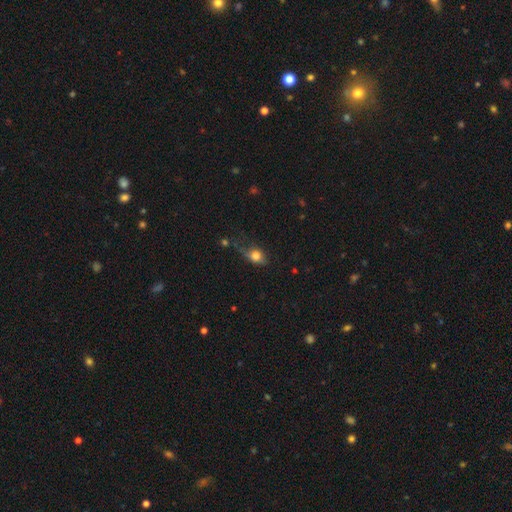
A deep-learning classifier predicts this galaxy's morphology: Q: Smooth or featured?
A: smooth (75%); runner-up: featured or disk (15%)
Q: How rounded?
A: in between (53%); runner-up: round (42%)
Q: Merging?
A: none (44%); runner-up: minor disturbance (30%)